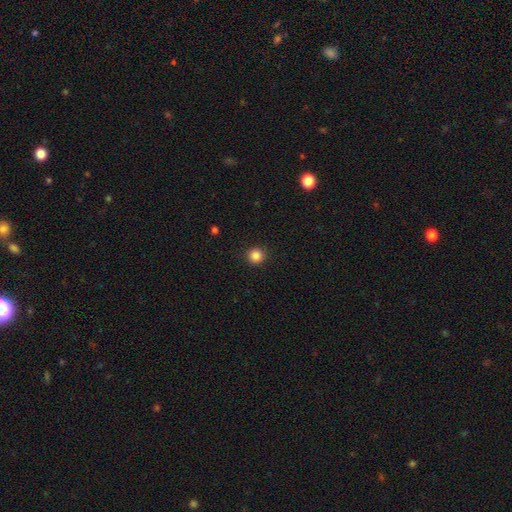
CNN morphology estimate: smooth_or_featured: smooth (p=0.86) [alt: star or artifact p=0.11]
how_rounded: round (p=0.94) [alt: in between p=0.05]
merging: none (p=0.93) [alt: minor disturbance p=0.05]